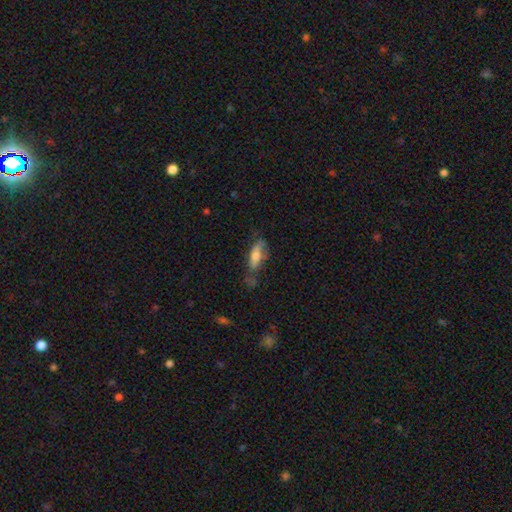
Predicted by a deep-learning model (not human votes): Smooth or featured? smooth (60%)
How rounded? in between (61%)
Merging? none (47%)